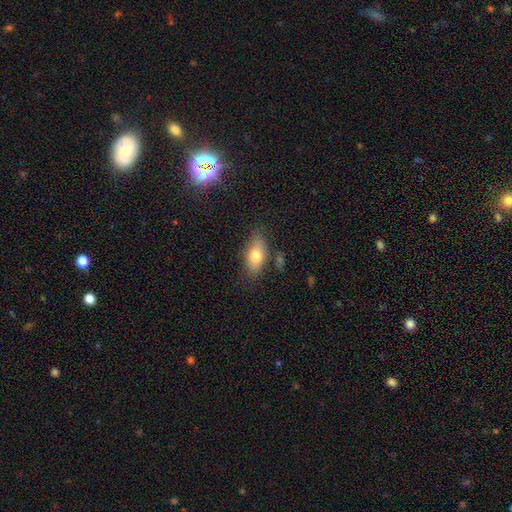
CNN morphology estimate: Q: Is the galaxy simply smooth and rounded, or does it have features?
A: smooth — 74%.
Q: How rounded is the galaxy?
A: in between — 83%.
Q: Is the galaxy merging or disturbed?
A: none — 73%.